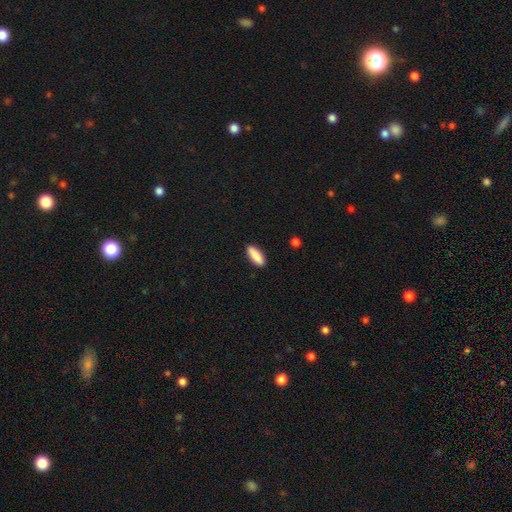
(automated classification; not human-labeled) smooth_or_featured: smooth (p=0.89) [alt: star or artifact p=0.06]
how_rounded: in between (p=0.60) [alt: cigar-shaped p=0.39]
merging: none (p=0.90) [alt: minor disturbance p=0.08]